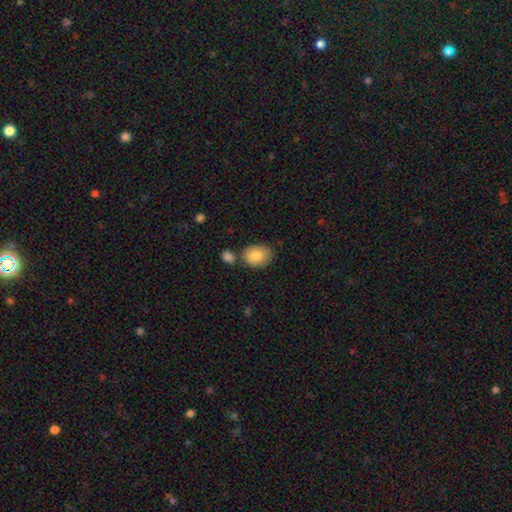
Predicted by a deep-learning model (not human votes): This is clearly a smooth galaxy (81%). How rounded: likely in between (63%). Merging: likely none (63%).